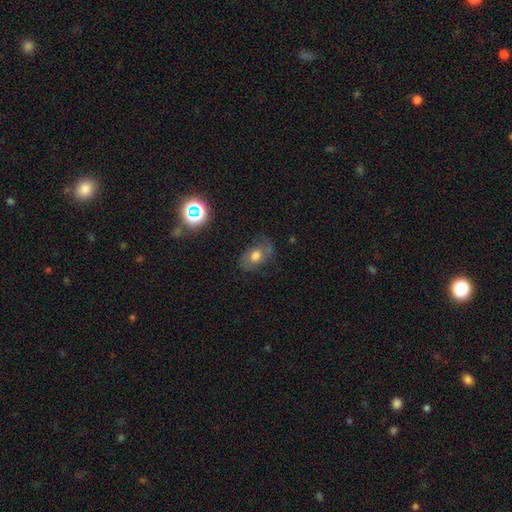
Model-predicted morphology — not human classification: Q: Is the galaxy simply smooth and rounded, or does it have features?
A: smooth — 50%.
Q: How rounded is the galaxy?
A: in between — 79%.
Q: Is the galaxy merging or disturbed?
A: none — 71%.